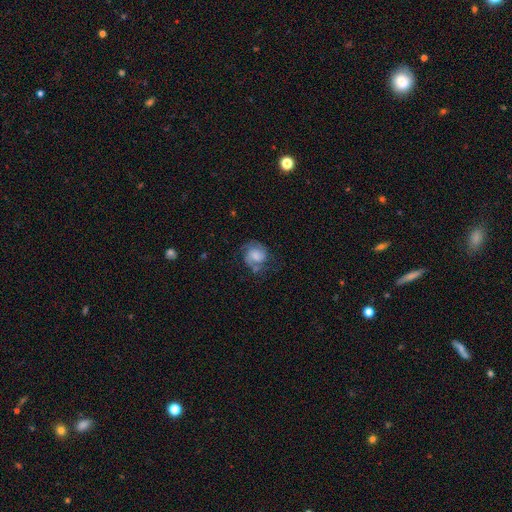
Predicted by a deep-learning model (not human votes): featured or disk 64%, smooth 28%, star or artifact 8%. Down the decision tree: edge-on disk — no (98%); bar — no (61%); spiral arms — yes (89%); spiral arm count — 2 (68%); spiral winding — medium (46%); bulge size — moderate (25%); merging — none (55%).